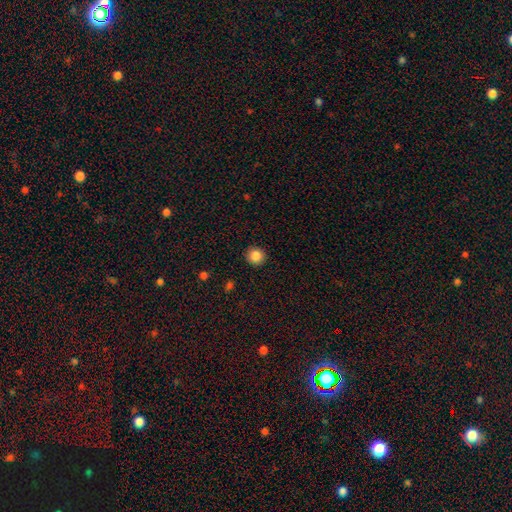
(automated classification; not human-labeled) The model was most divided on "smooth or featured": smooth: 86%, star or artifact: 10%, featured or disk: 4%. More confident: how rounded — round (93%); merging — none (92%).